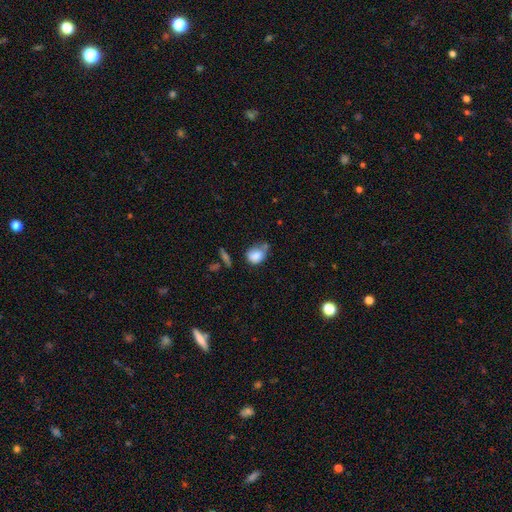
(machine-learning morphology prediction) A smooth galaxy with no disk features (81%) that is in between round and cigar-shaped (57%). Merging: none (37%).